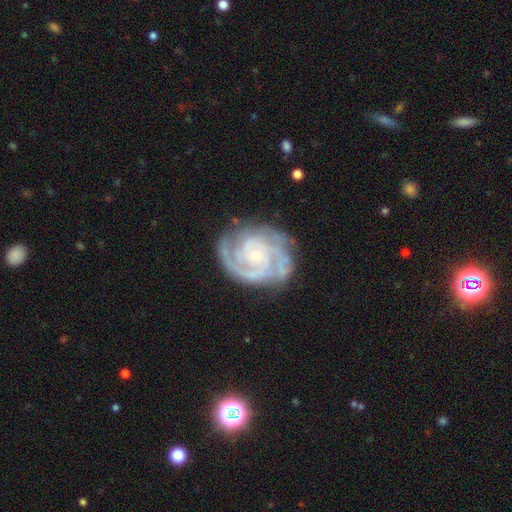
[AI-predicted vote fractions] Smooth or featured?
  - featured or disk: 91% *
  - star or artifact: 5%
  - smooth: 4%
Edge-on disk?
  - no: 98% *
  - yes: 2%
Bar?
  - no: 74% *
  - weak: 21%
  - strong: 6%
Spiral arms?
  - yes: 98% *
  - no: 2%
Spiral winding?
  - tight: 73% *
  - medium: 24%
  - loose: 3%
Spiral arm count?
  - 2: 33% *
  - 3: 30%
  - can't tell: 15%
  - 4: 10%
  - more than 4: 6%
  - 1: 6%
Bulge size?
  - small: 80% *
  - moderate: 16%
  - none: 2%
  - large: 1%
  - dominant: 1%
Merging?
  - none: 75% *
  - minor disturbance: 17%
  - major disturbance: 6%
  - merger: 1%